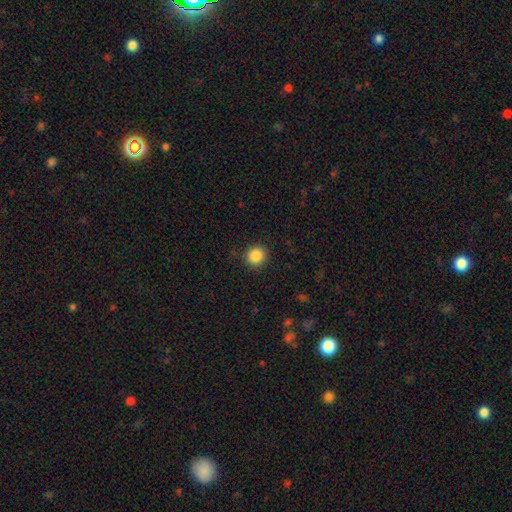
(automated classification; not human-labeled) A smooth galaxy with no disk features (87%) that is round (90%). Merging: none (90%).